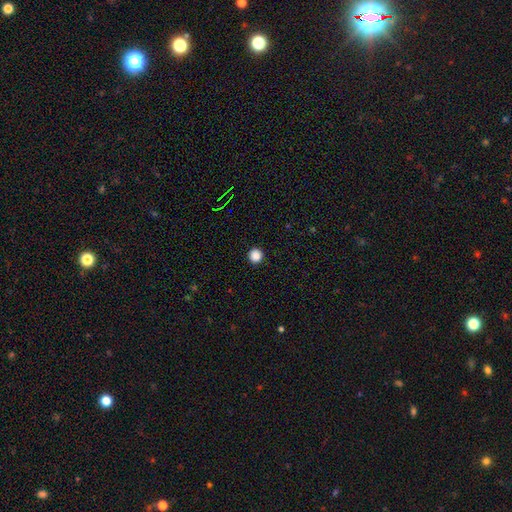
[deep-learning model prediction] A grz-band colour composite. It shows a smooth galaxy with no disk features (86%) that is round (95%). Merging: none (93%).